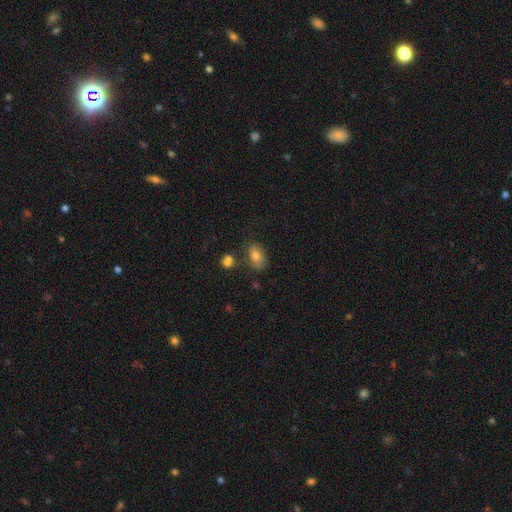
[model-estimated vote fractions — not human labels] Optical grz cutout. It shows a smooth galaxy with no disk features (80%) that is in between round and cigar-shaped (86%). Merging: none (67%).